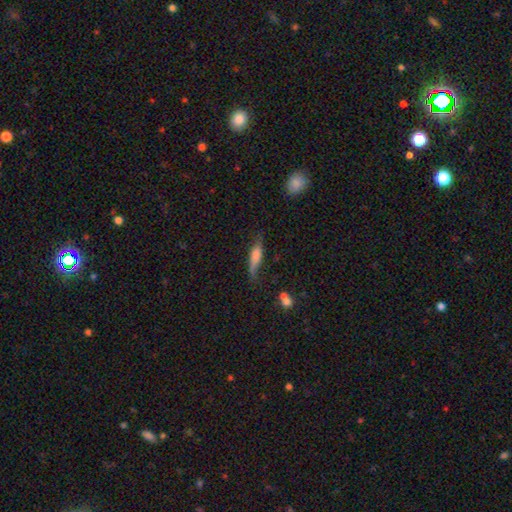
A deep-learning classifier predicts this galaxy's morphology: This appears to be a smooth galaxy with no disk features (58%) that is cigar-shaped (66%). Merging: none (52%).